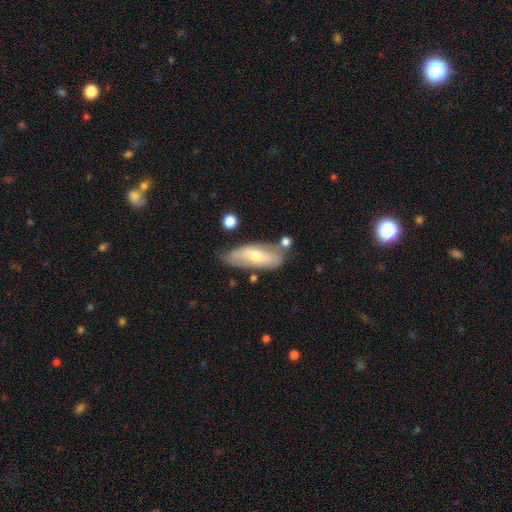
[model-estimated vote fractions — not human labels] smooth 51%, featured or disk 43%, star or artifact 6%. Down the decision tree: how rounded — in between (70%); merging — none (63%).